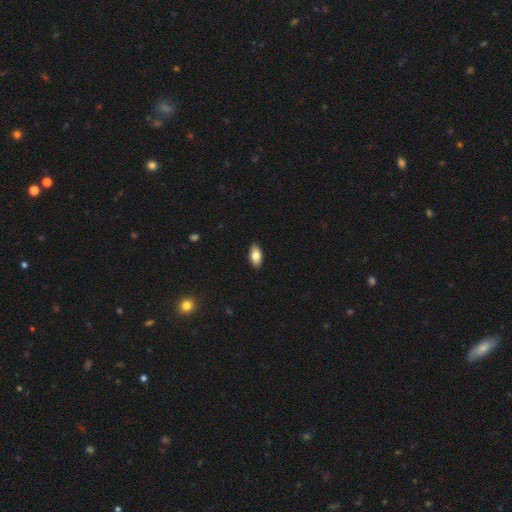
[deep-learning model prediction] The model was most divided on "smooth or featured": smooth: 80%, featured or disk: 13%, star or artifact: 7%. More confident: how rounded — in between (93%); merging — none (89%).